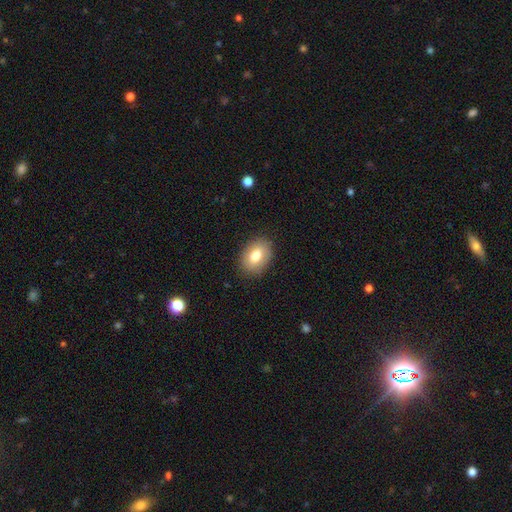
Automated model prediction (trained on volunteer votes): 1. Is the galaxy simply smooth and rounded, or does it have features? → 78% smooth, 14% featured or disk, 8% star or artifact.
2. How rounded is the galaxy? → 81% in between, 17% round, 1% cigar-shaped.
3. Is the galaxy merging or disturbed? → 86% none, 10% minor disturbance, 3% major disturbance, 1% merger.